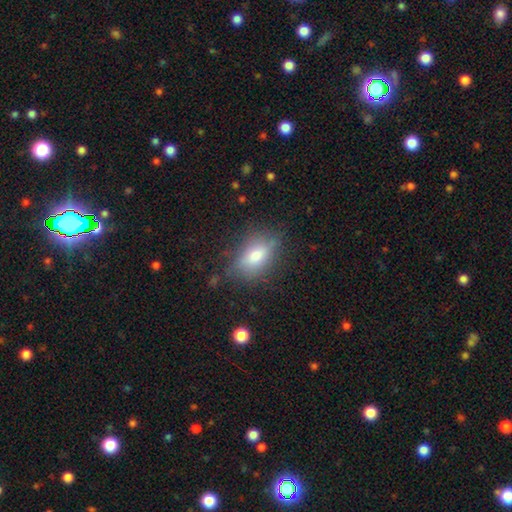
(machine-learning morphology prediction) Smooth or featured? smooth (69%)
How rounded? in between (82%)
Merging? none (73%)